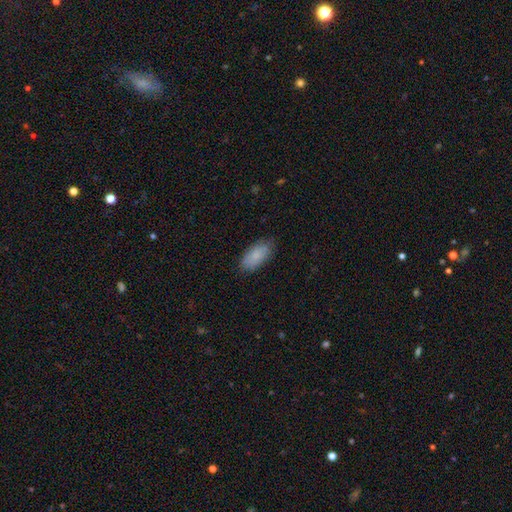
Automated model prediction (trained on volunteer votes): Smooth or featured: smooth — 86% (featured or disk — 8%)
How rounded: in between — 90% (cigar-shaped — 7%)
Merging: none — 83% (minor disturbance — 13%)